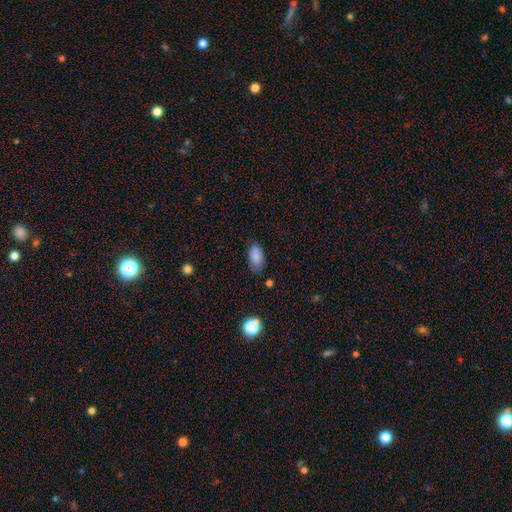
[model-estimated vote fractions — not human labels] smooth-or-featured: smooth: 84% | star or artifact: 9% | featured or disk: 7%
  how-rounded: in between: 91% | cigar-shaped: 5% | round: 4%
  merging: none: 69% | minor disturbance: 24% | major disturbance: 5% | merger: 2%